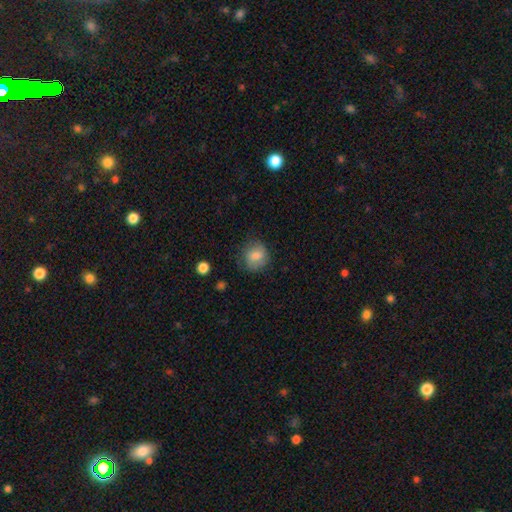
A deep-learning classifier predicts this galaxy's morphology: Smooth or featured: smooth — 77% (featured or disk — 14%)
How rounded: round — 74% (in between — 25%)
Merging: none — 71% (minor disturbance — 21%)